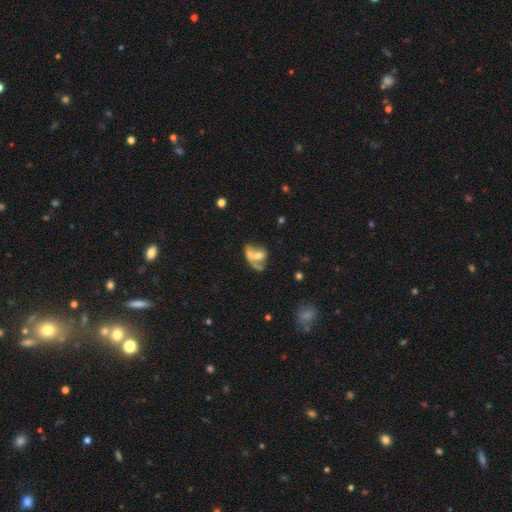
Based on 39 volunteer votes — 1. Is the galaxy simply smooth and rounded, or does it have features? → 64% smooth, 31% featured or disk, 5% star or artifact.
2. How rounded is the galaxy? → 60% in between, 40% round, 0% cigar-shaped.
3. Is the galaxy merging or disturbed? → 62% merger, 22% none, 11% major disturbance, 5% minor disturbance.